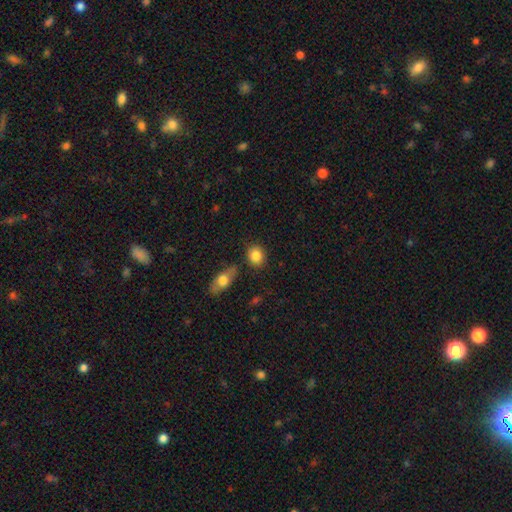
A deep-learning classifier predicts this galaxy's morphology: type=smooth (84%); roundness=round (65%); merging=none (82%).